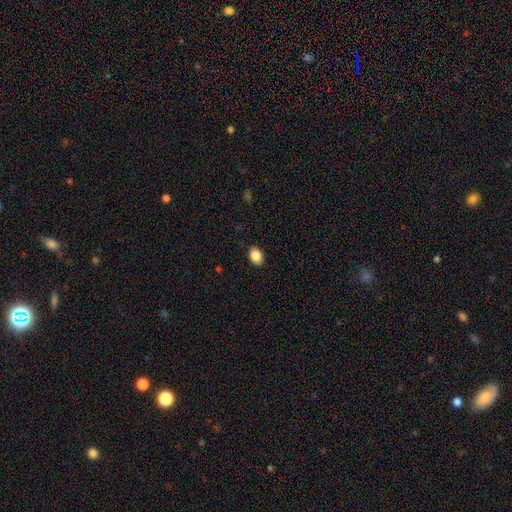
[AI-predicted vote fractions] Q: Smooth or featured?
A: smooth (87%); runner-up: star or artifact (8%)
Q: How rounded?
A: in between (81%); runner-up: round (18%)
Q: Merging?
A: none (89%); runner-up: minor disturbance (8%)